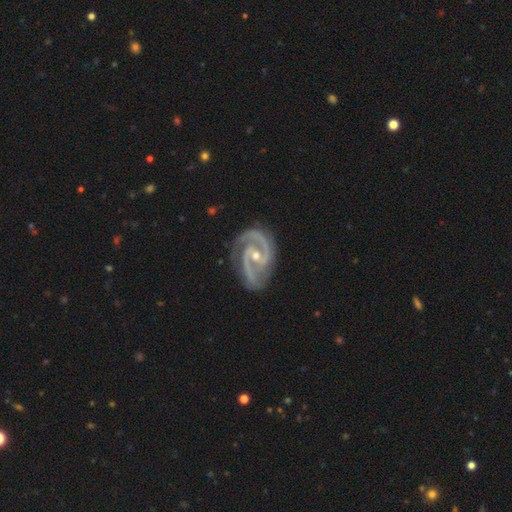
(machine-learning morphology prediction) This is clearly a featured or disk galaxy (94%). It is clearly not viewed edge-on (98%). Bar: marginally weak (41%). Spiral arm pattern: clearly yes (99%). Spiral arm count: clearly 2 (91%). Spiral winding: possibly medium (56%). Central bulge: possibly small (53%). Merging: likely none (77%).